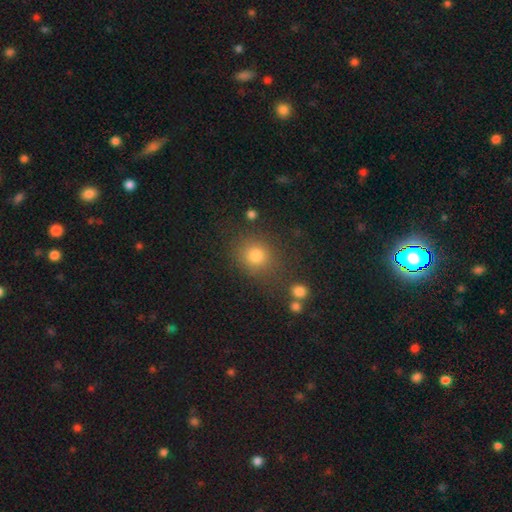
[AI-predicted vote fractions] This appears to be a smooth galaxy with no disk features (79%) that is round (81%). Merging: none (76%).